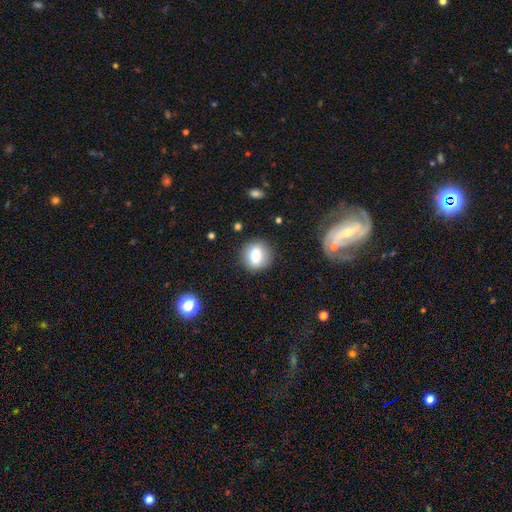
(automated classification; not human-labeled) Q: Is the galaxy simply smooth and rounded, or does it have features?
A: smooth — 77%.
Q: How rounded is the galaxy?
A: round — 78%.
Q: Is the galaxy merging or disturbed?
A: none — 87%.